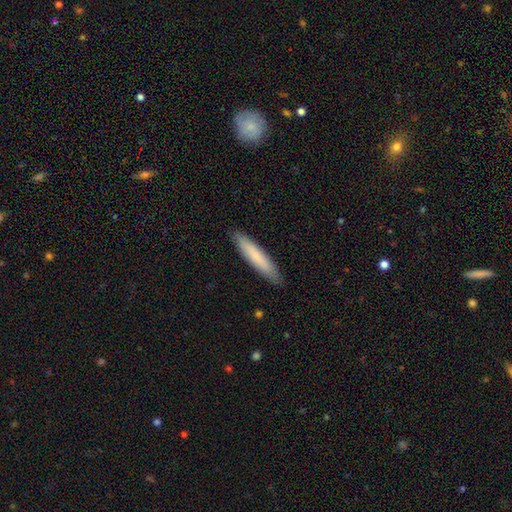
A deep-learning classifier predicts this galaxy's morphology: Smooth or featured: smooth — 79% (featured or disk — 16%)
How rounded: cigar-shaped — 90% (in between — 9%)
Merging: none — 90% (minor disturbance — 7%)